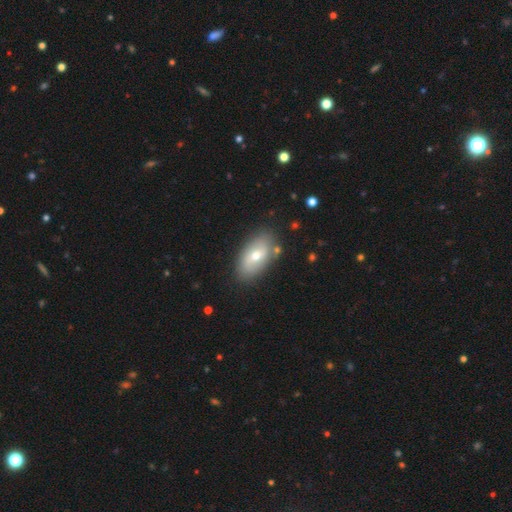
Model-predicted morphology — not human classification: Smooth or featured? Predicted: smooth (p=0.55). How rounded? Predicted: in between (p=0.92). Merging? Predicted: none (p=0.81).